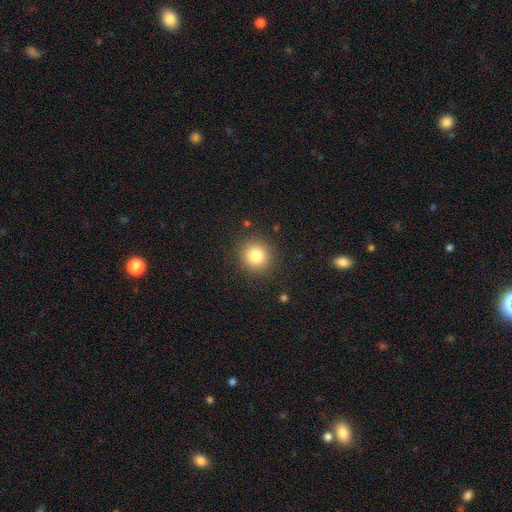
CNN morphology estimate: smooth-or-featured: smooth: 81% | star or artifact: 11% | featured or disk: 7%
  how-rounded: round: 92% | in between: 7% | cigar-shaped: 1%
  merging: none: 89% | minor disturbance: 7% | major disturbance: 3% | merger: 1%